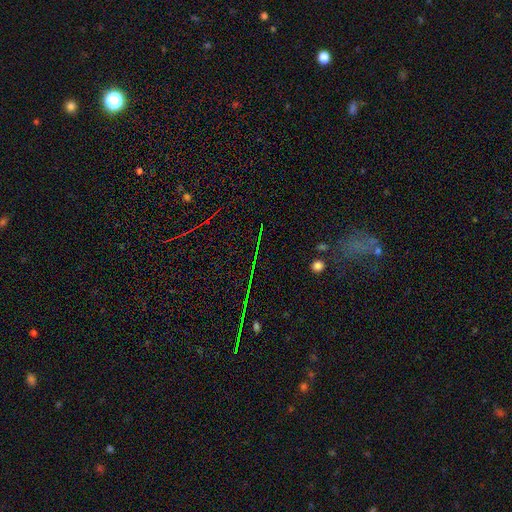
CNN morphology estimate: This appears to be a star or artifact, not a galaxy (71%).